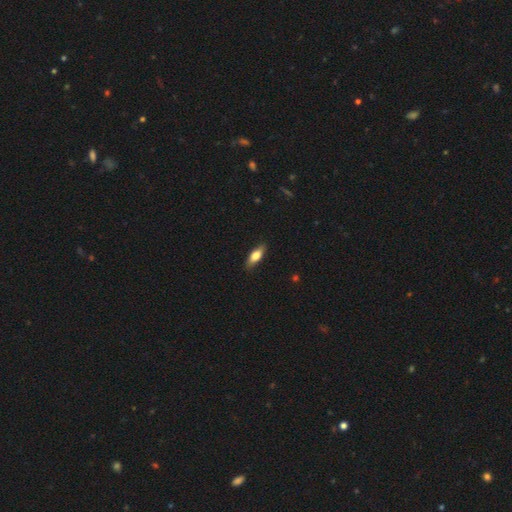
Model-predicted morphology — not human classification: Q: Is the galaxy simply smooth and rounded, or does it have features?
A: smooth — 70%.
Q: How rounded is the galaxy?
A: in between — 66%.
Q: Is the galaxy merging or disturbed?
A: none — 87%.